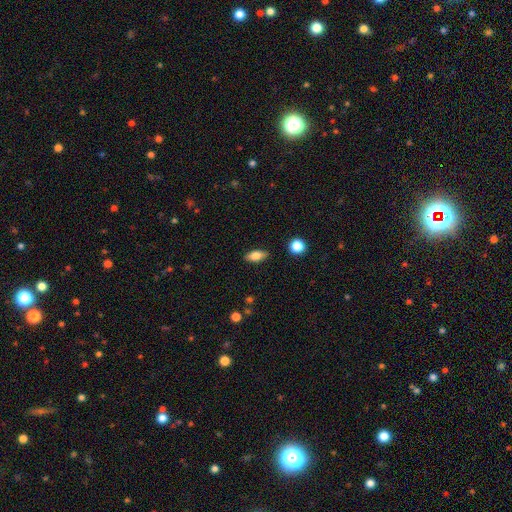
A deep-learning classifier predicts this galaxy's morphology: The model was most divided on "smooth or featured": smooth: 78%, featured or disk: 14%, star or artifact: 8%. More confident: merging — none (87%); how rounded — in between (86%).